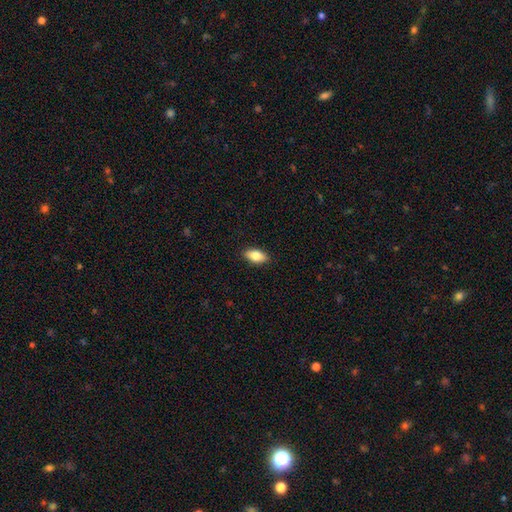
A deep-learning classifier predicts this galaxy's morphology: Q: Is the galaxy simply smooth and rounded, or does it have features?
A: smooth — 79%.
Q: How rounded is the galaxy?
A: in between — 89%.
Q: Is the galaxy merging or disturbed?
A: none — 89%.